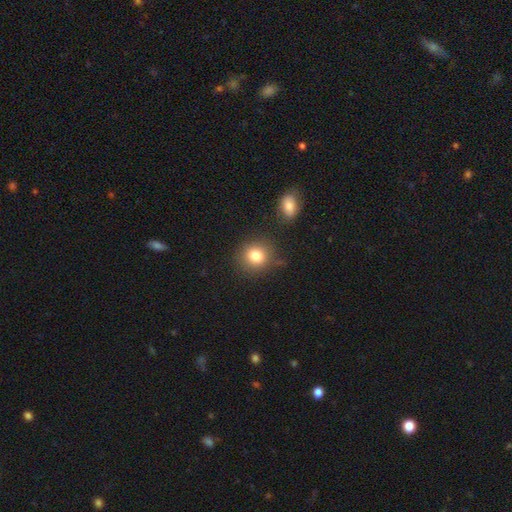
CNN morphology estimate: smooth_or_featured: smooth (p=0.82) [alt: star or artifact p=0.11]
how_rounded: round (p=0.83) [alt: in between p=0.16]
merging: none (p=0.79) [alt: minor disturbance p=0.12]